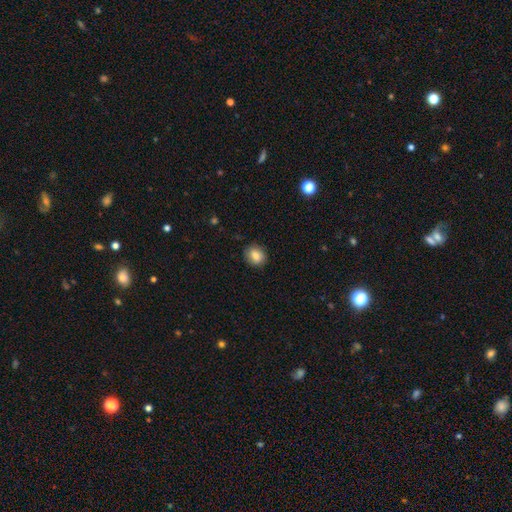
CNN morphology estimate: The model was most divided on "how rounded": round: 64%, in between: 35%, cigar-shaped: 1%. More confident: merging — none (88%); smooth or featured — smooth (83%).